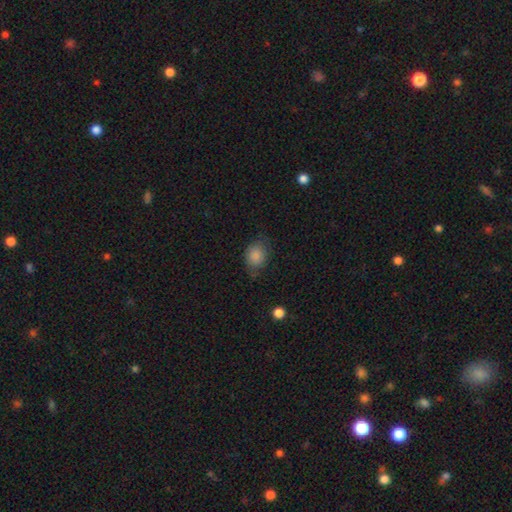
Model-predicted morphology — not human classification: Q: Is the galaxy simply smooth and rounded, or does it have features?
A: smooth — 84%.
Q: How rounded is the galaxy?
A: in between — 55%.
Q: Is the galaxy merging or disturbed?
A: none — 66%.